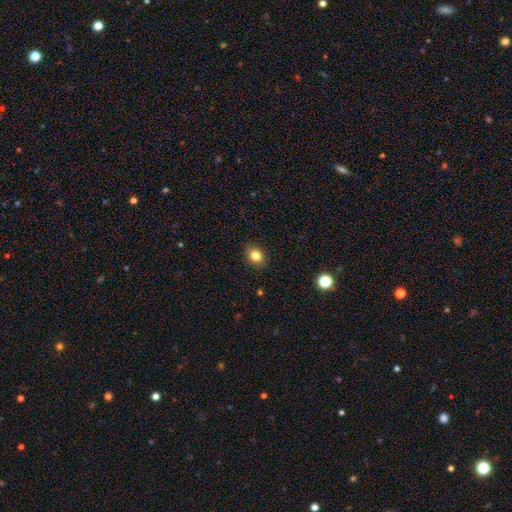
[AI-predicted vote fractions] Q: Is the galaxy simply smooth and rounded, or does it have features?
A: smooth — 83%.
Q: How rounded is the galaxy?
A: in between — 52%.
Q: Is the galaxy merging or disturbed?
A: none — 89%.